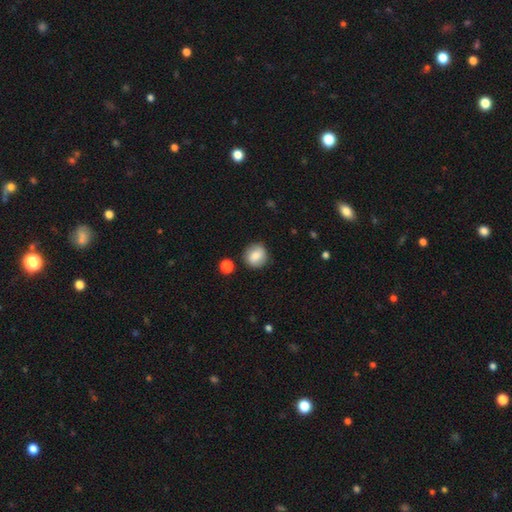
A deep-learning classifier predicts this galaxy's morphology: smooth_or_featured: smooth (p=0.79) [alt: featured or disk p=0.13]
how_rounded: round (p=0.88) [alt: in between p=0.11]
merging: none (p=0.84) [alt: minor disturbance p=0.10]